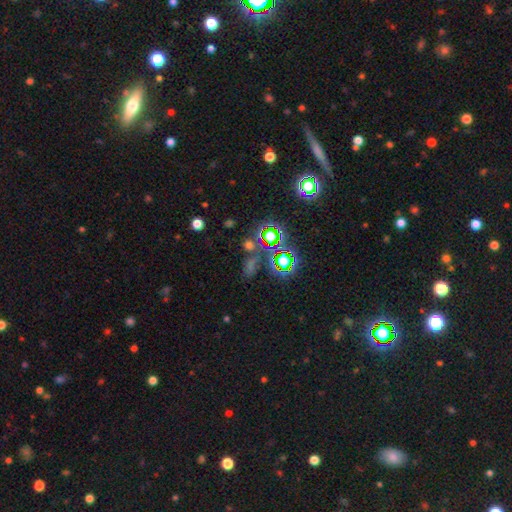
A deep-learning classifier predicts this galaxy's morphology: Smooth or featured?
  - star or artifact: 65% *
  - smooth: 23%
  - featured or disk: 11%